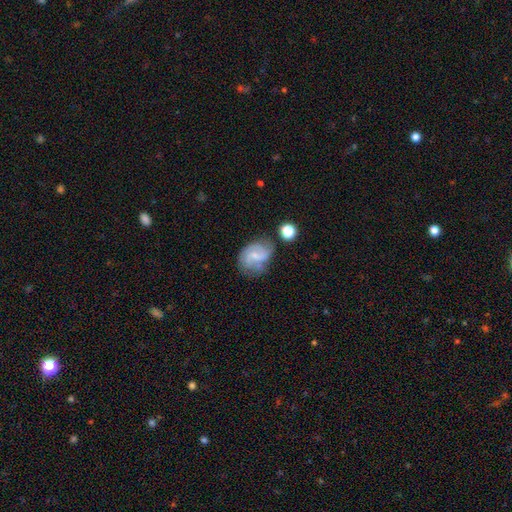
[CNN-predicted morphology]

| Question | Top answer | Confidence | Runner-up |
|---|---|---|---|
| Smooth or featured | featured or disk | 69% | smooth (24%) |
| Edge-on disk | no | 98% | yes (2%) |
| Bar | weak | 51% | no (38%) |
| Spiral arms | yes | 91% | no (9%) |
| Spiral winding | medium | 48% | loose (29%) |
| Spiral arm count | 2 | 68% | can't tell (14%) |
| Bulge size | small | 62% | moderate (21%) |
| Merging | none | 58% | minor disturbance (24%) |